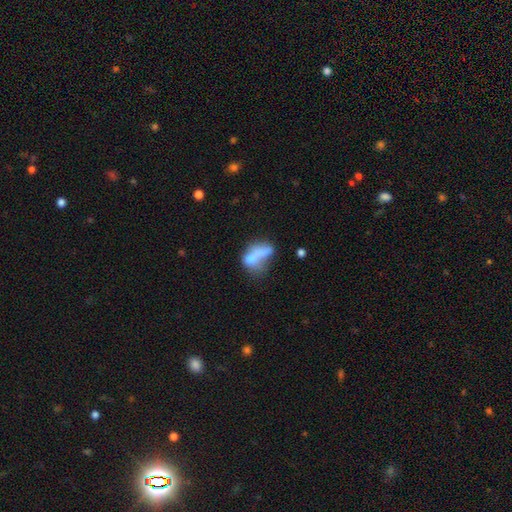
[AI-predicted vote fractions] smooth-or-featured: smooth: 58% | featured or disk: 31% | star or artifact: 11%
  how-rounded: in between: 75% | round: 14% | cigar-shaped: 10%
  merging: merger: 39% | major disturbance: 25% | none: 20% | minor disturbance: 15%